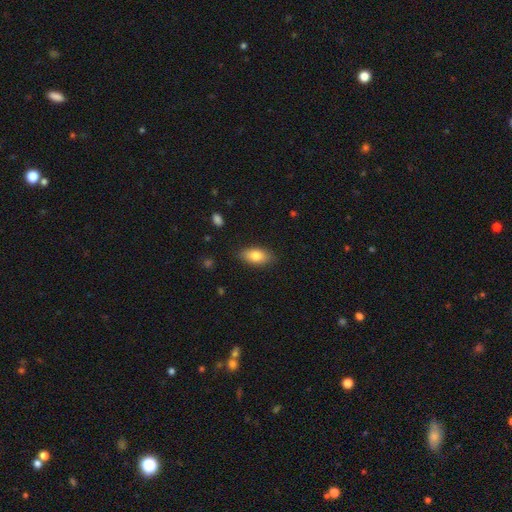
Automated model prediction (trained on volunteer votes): A smooth galaxy with no disk features (79%) that is in between round and cigar-shaped (89%). Merging: none (85%).